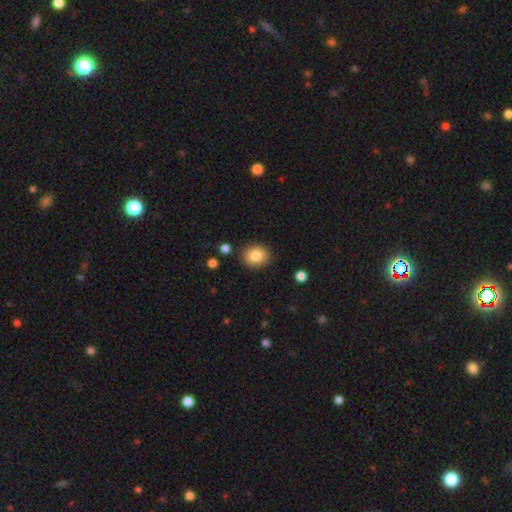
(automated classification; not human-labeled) A smooth galaxy with no disk features (85%) that is round (60%). Merging: none (87%).